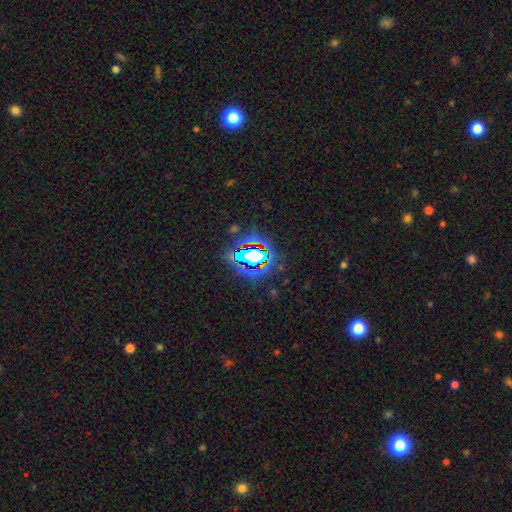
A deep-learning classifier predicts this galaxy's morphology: Smooth or featured: star or artifact — 66% (smooth — 20%)